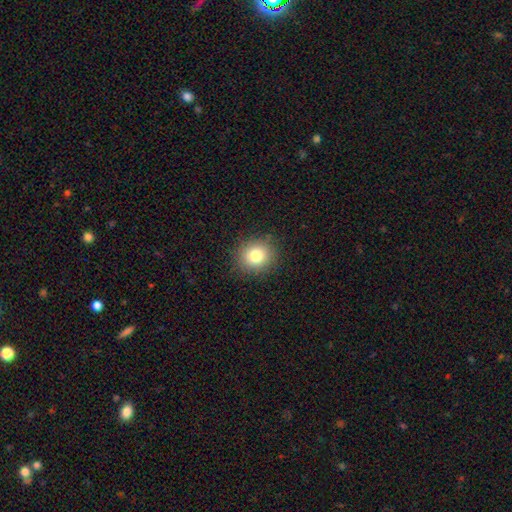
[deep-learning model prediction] Smooth or featured? smooth (80%)
How rounded? round (83%)
Merging? none (88%)